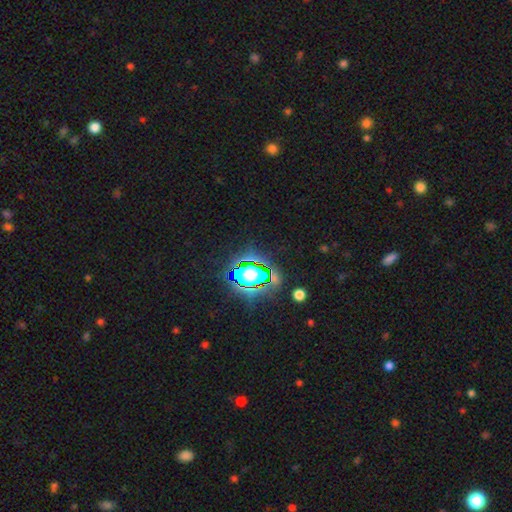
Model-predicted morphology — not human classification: smooth-or-featured: star or artifact: 83% | smooth: 10% | featured or disk: 6%